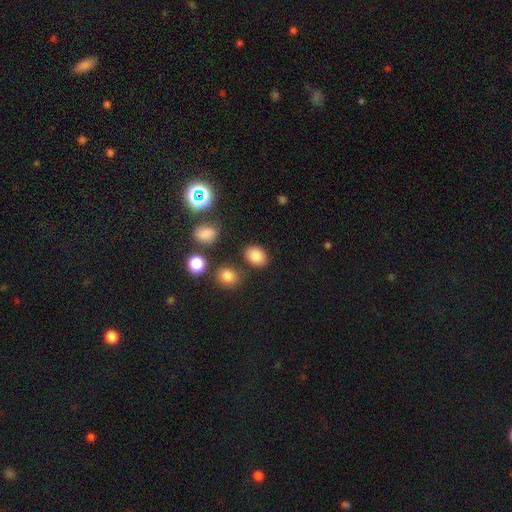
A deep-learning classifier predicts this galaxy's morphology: type=smooth (82%); roundness=in between (64%); merging=none (83%).